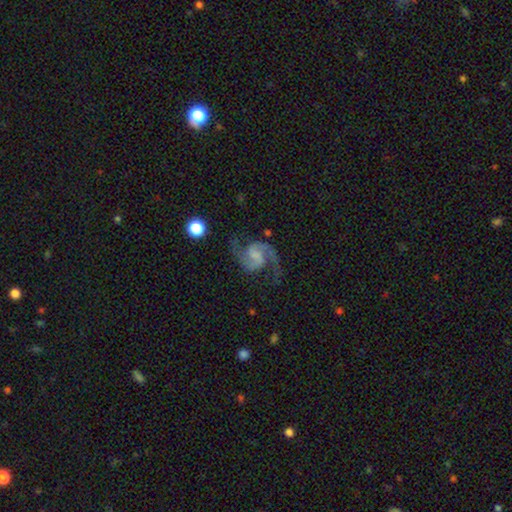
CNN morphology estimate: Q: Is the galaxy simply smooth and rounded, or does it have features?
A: featured or disk — 92%.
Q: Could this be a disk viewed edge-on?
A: no — 98%.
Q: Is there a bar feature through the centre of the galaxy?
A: weak — 47%.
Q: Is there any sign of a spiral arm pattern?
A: yes — 98%.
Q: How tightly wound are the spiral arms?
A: medium — 59%.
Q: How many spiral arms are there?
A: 2 — 94%.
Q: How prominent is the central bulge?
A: none — 49%.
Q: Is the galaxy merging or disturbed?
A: none — 76%.